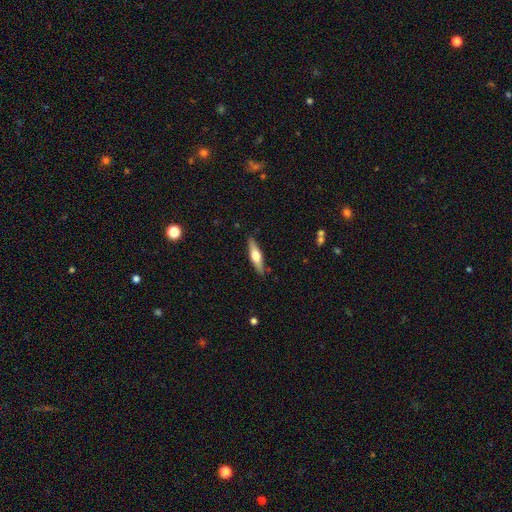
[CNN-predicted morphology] smooth_or_featured: featured or disk (p=0.50) [alt: smooth p=0.45]
merging: none (p=0.88) [alt: minor disturbance p=0.09]